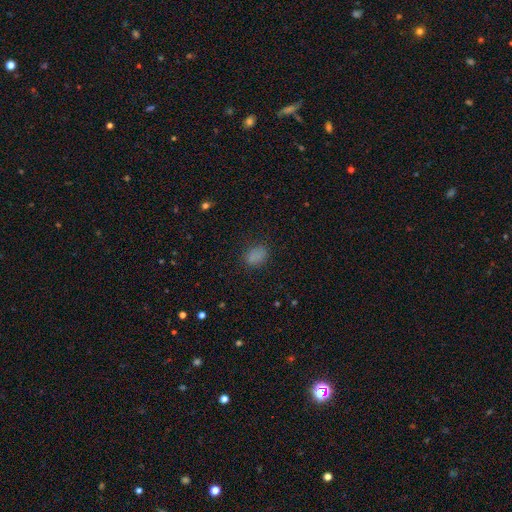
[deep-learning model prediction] This is clearly a smooth galaxy (81%). How rounded: likely in between (77%). Merging: likely none (79%).